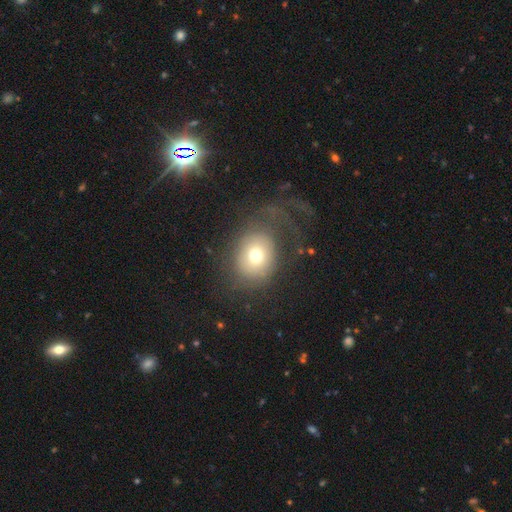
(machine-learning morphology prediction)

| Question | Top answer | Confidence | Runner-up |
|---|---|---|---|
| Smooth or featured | smooth | 65% | featured or disk (23%) |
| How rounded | round | 65% | in between (34%) |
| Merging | none | 45% | major disturbance (37%) |